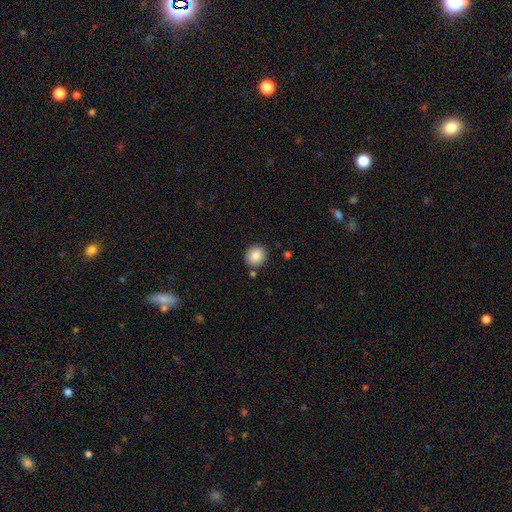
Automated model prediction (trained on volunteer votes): Smooth or featured? smooth (87%)
How rounded? round (86%)
Merging? none (85%)